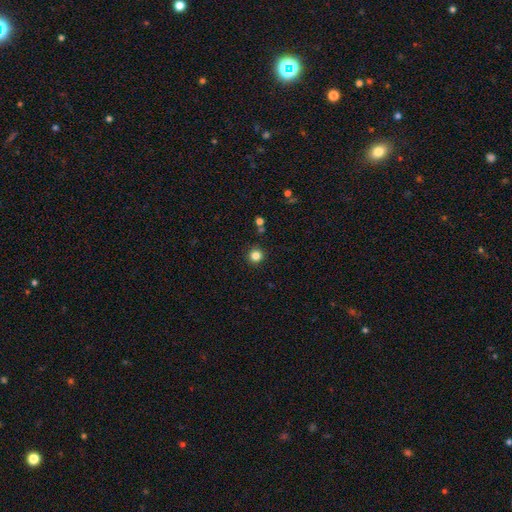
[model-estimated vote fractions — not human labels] Smooth or featured: smooth — 82% (star or artifact — 13%)
How rounded: round — 95% (in between — 4%)
Merging: none — 91% (minor disturbance — 5%)